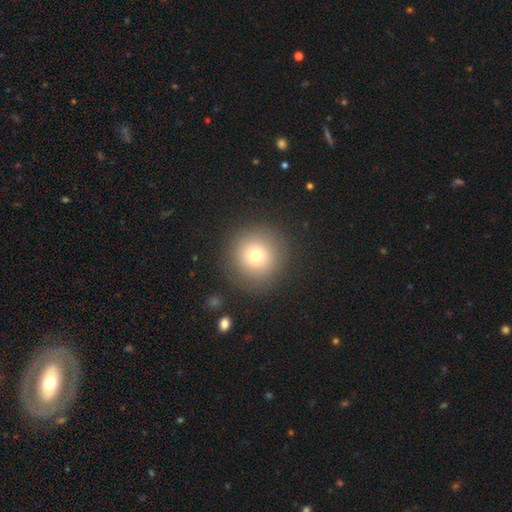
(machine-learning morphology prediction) Q: Smooth or featured?
A: smooth (74%); runner-up: featured or disk (13%)
Q: How rounded?
A: round (95%); runner-up: in between (4%)
Q: Merging?
A: none (88%); runner-up: minor disturbance (7%)